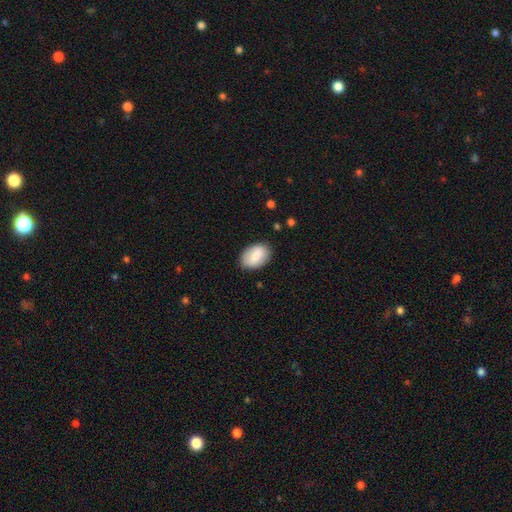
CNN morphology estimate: Smooth or featured?
  - smooth: 81% *
  - featured or disk: 13%
  - star or artifact: 6%
How rounded?
  - in between: 90% *
  - round: 9%
  - cigar-shaped: 1%
Merging?
  - none: 83% *
  - minor disturbance: 13%
  - major disturbance: 3%
  - merger: 1%